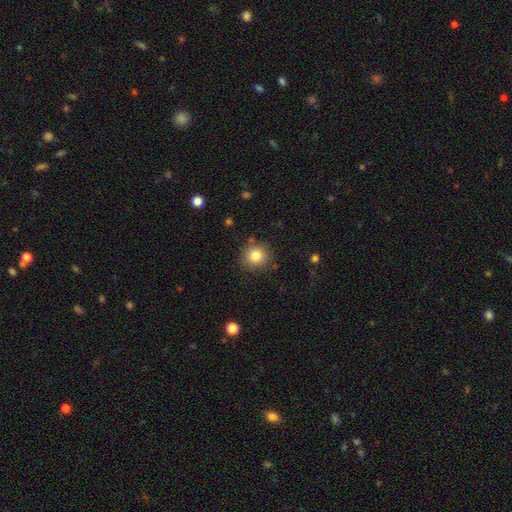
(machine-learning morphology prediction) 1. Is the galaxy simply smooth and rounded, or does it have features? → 82% smooth, 11% star or artifact, 7% featured or disk.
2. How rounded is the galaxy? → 90% round, 9% in between, 1% cigar-shaped.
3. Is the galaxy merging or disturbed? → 86% none, 9% minor disturbance, 3% major disturbance, 3% merger.